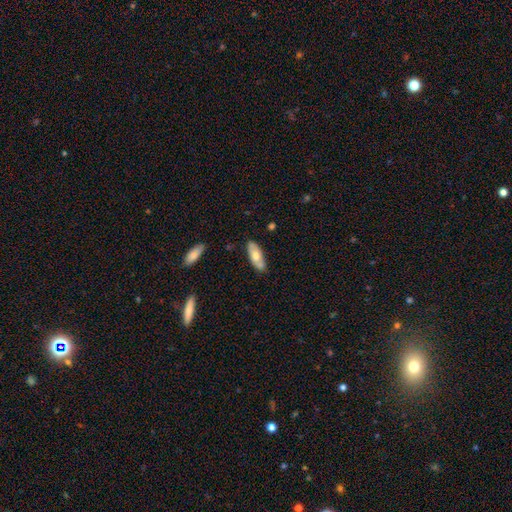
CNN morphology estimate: A smooth galaxy with no disk features (61%) that is in between round and cigar-shaped (78%). Merging: none (80%).